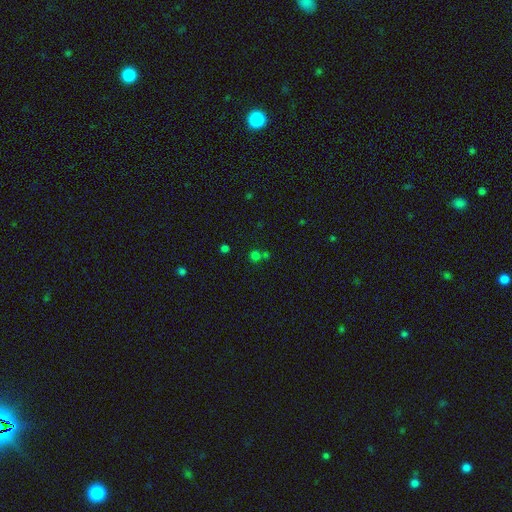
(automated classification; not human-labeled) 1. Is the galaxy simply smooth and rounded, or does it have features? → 60% smooth, 32% star or artifact, 7% featured or disk.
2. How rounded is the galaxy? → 86% round, 13% in between, 1% cigar-shaped.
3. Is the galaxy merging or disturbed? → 59% none, 27% merger, 9% minor disturbance, 5% major disturbance.